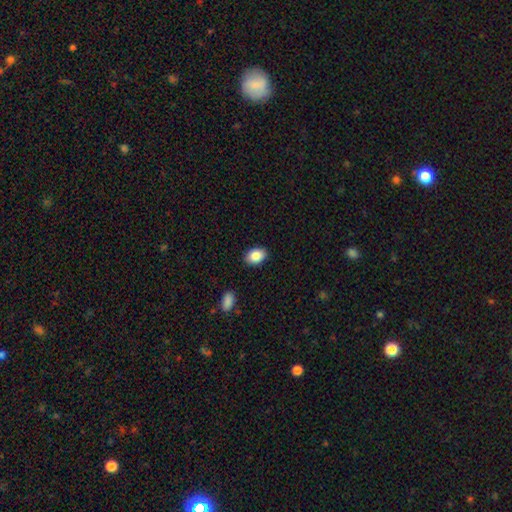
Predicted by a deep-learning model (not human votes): smooth-or-featured: smooth: 86% | star or artifact: 8% | featured or disk: 6%
  how-rounded: in between: 82% | round: 17% | cigar-shaped: 1%
  merging: none: 89% | minor disturbance: 8% | major disturbance: 2% | merger: 1%